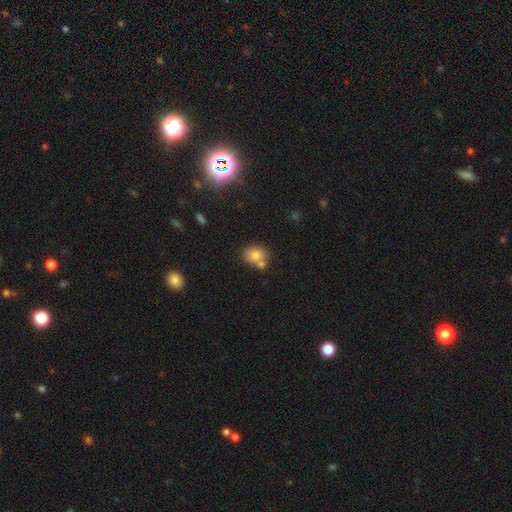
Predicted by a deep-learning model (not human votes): This appears to be a smooth galaxy with no disk features (76%) that is round (61%). Merging: none (50%).